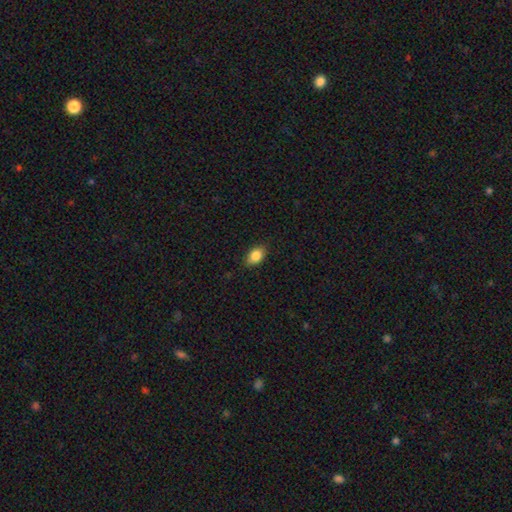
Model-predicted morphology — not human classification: The model was most divided on "how rounded": in between: 84%, round: 14%, cigar-shaped: 2%. More confident: merging — none (85%); smooth or featured — smooth (85%).